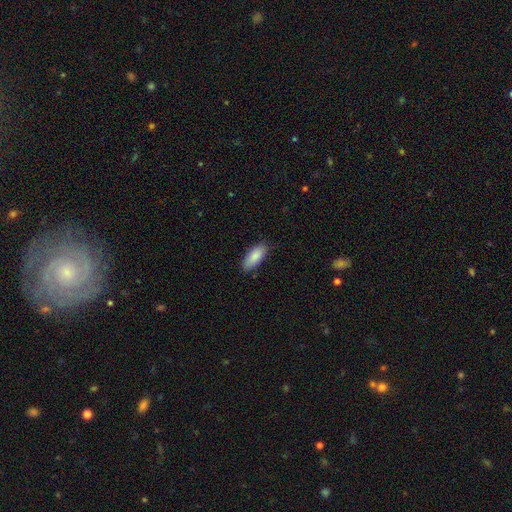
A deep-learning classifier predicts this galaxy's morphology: This is clearly a smooth galaxy (88%). How rounded: likely in between (78%). Merging: clearly none (85%).